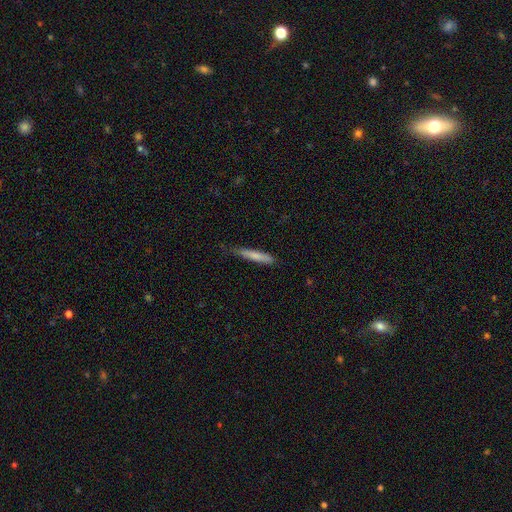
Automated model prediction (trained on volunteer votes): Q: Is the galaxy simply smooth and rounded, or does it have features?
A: smooth — 76%.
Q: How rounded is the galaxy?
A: cigar-shaped — 92%.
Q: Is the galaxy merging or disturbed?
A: none — 68%.